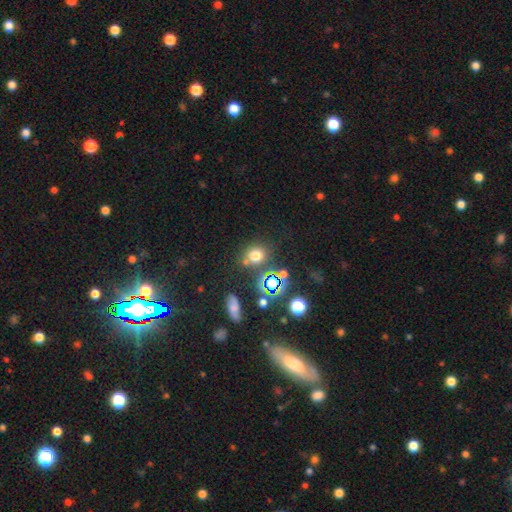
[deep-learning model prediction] smooth_or_featured: smooth (p=0.67) [alt: star or artifact p=0.24]
how_rounded: round (p=0.67) [alt: in between p=0.31]
merging: none (p=0.69) [alt: minor disturbance p=0.14]